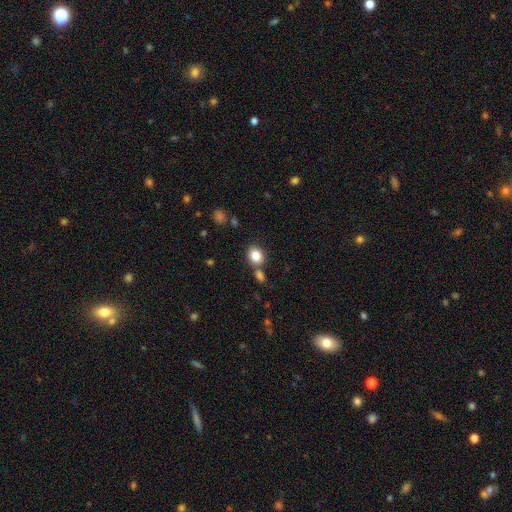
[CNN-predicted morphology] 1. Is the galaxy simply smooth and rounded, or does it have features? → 83% smooth, 10% star or artifact, 7% featured or disk.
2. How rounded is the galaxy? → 63% round, 37% in between, 1% cigar-shaped.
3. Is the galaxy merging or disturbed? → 69% none, 17% merger, 11% minor disturbance, 3% major disturbance.